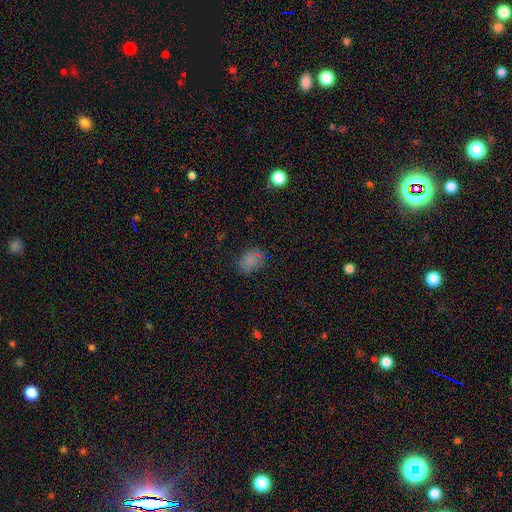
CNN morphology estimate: Smooth or featured: smooth — 71% (star or artifact — 20%)
How rounded: in between — 67% (round — 32%)
Merging: none — 75% (minor disturbance — 16%)